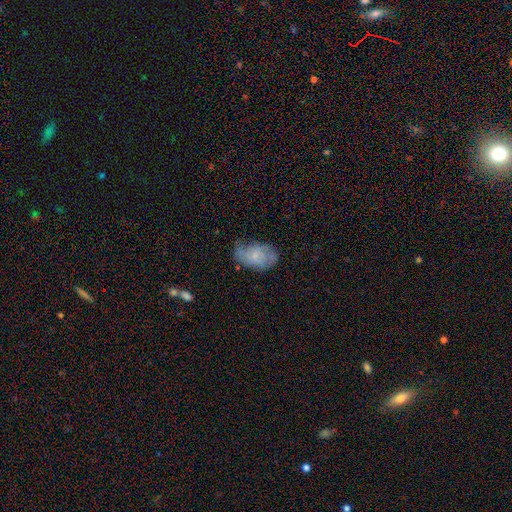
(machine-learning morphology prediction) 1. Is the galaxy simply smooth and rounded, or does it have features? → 50% featured or disk, 42% smooth, 8% star or artifact.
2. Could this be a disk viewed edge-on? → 96% no, 4% yes.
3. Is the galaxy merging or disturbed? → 56% none, 31% minor disturbance, 11% major disturbance, 2% merger.